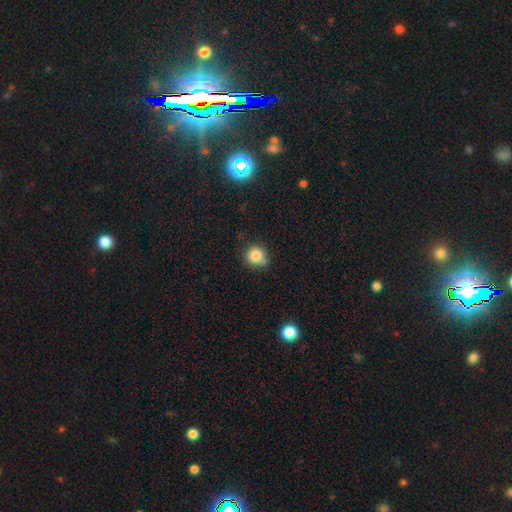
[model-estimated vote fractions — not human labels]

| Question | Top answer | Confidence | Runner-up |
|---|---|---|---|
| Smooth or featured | smooth | 84% | star or artifact (11%) |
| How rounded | round | 91% | in between (8%) |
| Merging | none | 76% | minor disturbance (16%) |